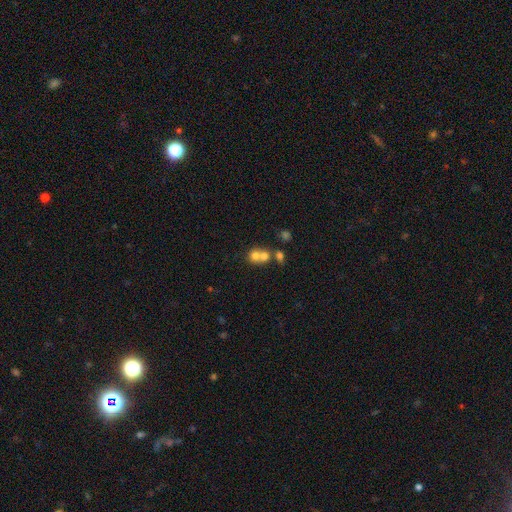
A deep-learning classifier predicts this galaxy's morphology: A smooth galaxy with no disk features (70%) that is round (75%).

Vote fractions:
- Smooth or featured? smooth: 70% / featured or disk: 18% / star or artifact: 12%
- How rounded? round: 75% / in between: 24% / cigar-shaped: 1%
- Merging? merger: 63% / none: 28% / minor disturbance: 5% / major disturbance: 3%